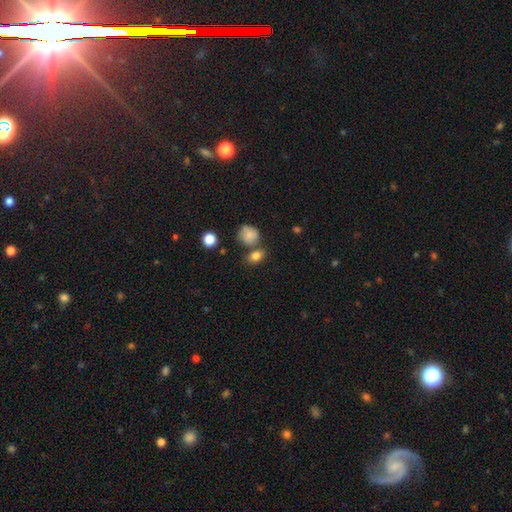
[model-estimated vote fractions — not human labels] smooth 81%, star or artifact 11%, featured or disk 7%. Down the decision tree: how rounded — in between (65%); merging — none (63%).